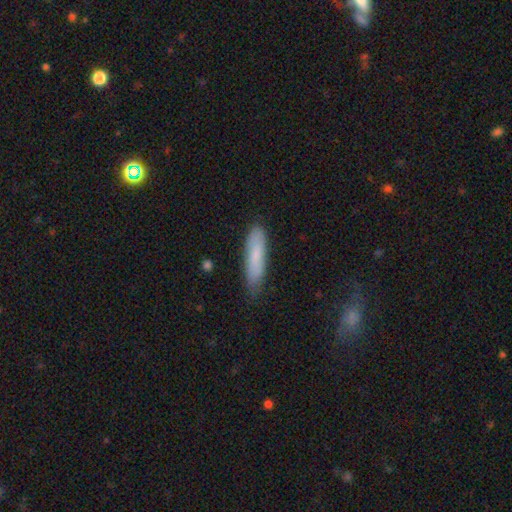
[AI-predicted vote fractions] Morphology: type=smooth (77%); roundness=cigar-shaped (73%); merging=none (75%).